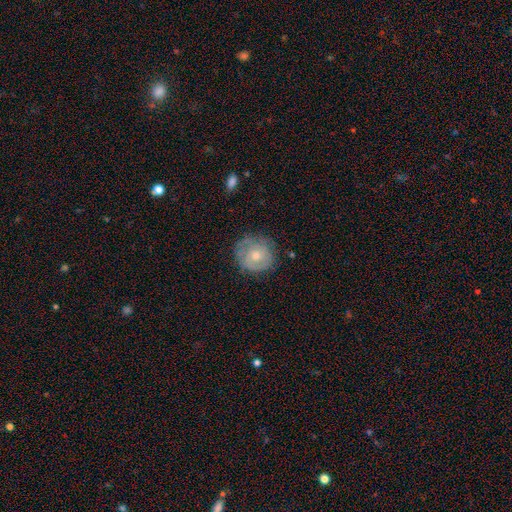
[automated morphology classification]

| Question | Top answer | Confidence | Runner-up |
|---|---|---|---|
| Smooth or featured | featured or disk | 50% | smooth (43%) |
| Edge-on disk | no | 97% | yes (3%) |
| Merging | none | 73% | minor disturbance (19%) |